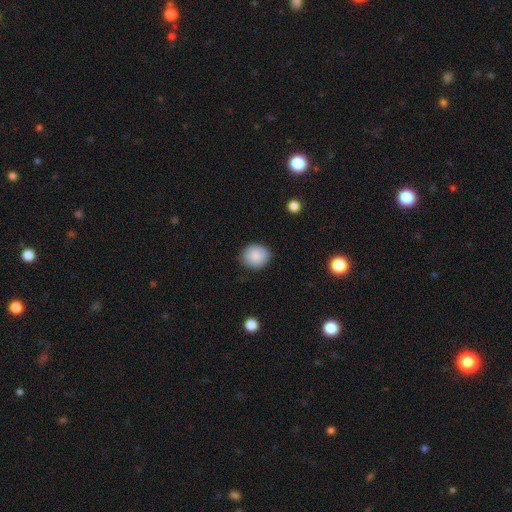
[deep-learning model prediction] Morphology: type=smooth (88%); roundness=round (76%); merging=none (87%).